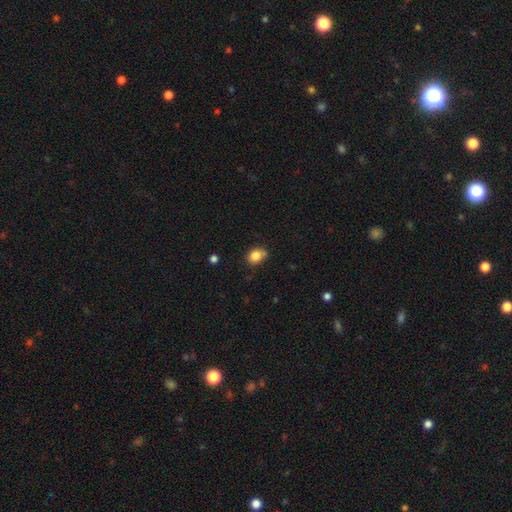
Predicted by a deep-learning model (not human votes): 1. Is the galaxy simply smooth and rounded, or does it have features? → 84% smooth, 10% star or artifact, 7% featured or disk.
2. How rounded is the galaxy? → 53% in between, 46% round, 1% cigar-shaped.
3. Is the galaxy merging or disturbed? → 65% none, 26% minor disturbance, 5% merger, 5% major disturbance.